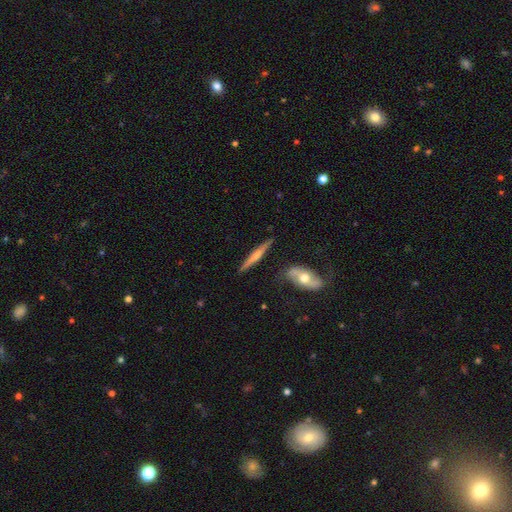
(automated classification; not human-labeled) This is possibly a featured or disk galaxy (57%). It is clearly viewed edge-on (95%). Edge-on bulge: likely rounded (65%). Merging: clearly none (85%).